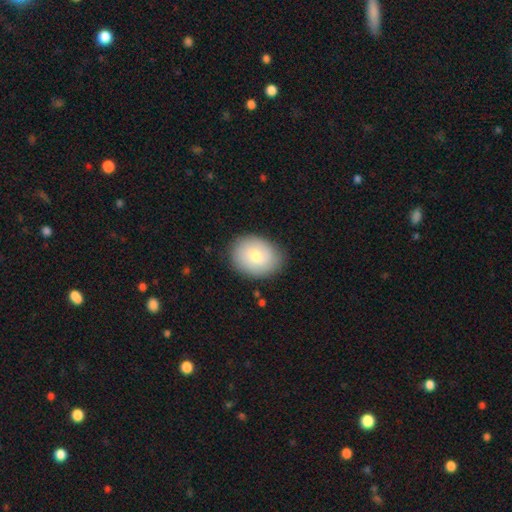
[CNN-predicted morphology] type=smooth (65%); roundness=in between (53%); merging=none (84%).